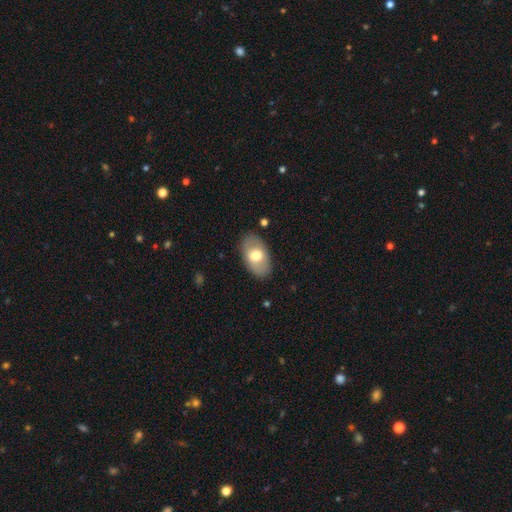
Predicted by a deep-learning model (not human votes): Smooth or featured: smooth — 63% (featured or disk — 31%)
How rounded: in between — 92% (round — 6%)
Merging: none — 85% (minor disturbance — 11%)